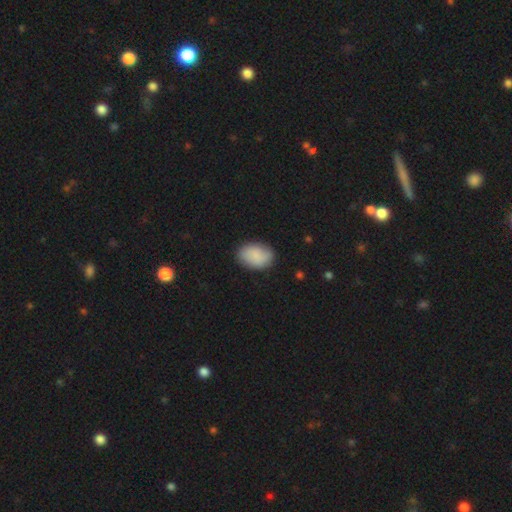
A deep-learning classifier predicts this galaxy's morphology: Smooth or featured? smooth (83%)
How rounded? in between (82%)
Merging? none (82%)